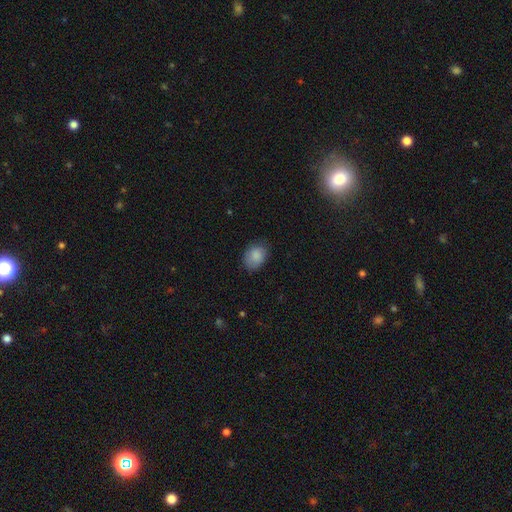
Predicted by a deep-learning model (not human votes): Q: Smooth or featured?
A: smooth (85%); runner-up: featured or disk (8%)
Q: How rounded?
A: in between (68%); runner-up: round (31%)
Q: Merging?
A: none (74%); runner-up: minor disturbance (21%)